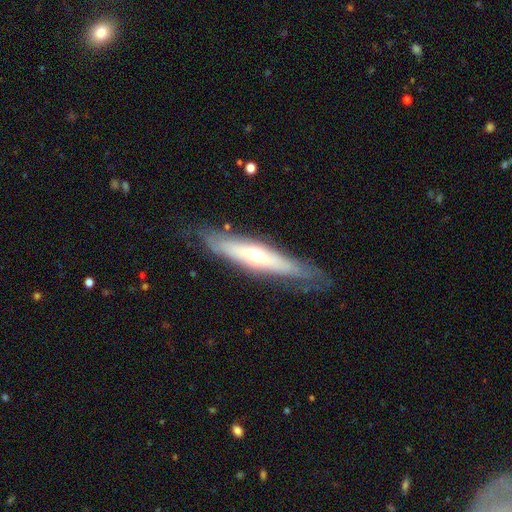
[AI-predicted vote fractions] Smooth or featured: featured or disk — 60% (smooth — 33%)
Edge-on disk: yes — 62% (no — 38%)
Merging: none — 70% (minor disturbance — 20%)